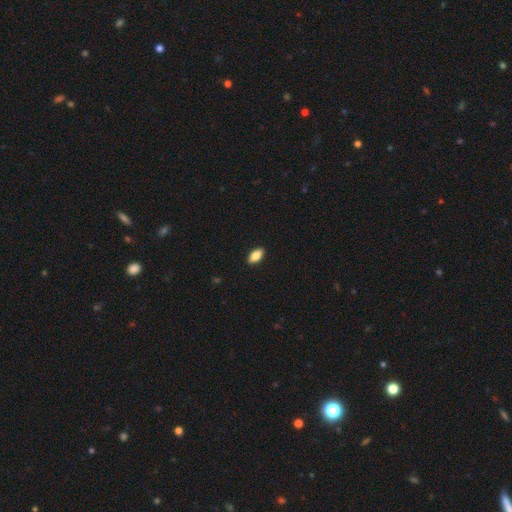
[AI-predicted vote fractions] This is clearly a smooth galaxy (82%). How rounded: clearly in between (89%). Merging: clearly none (90%).